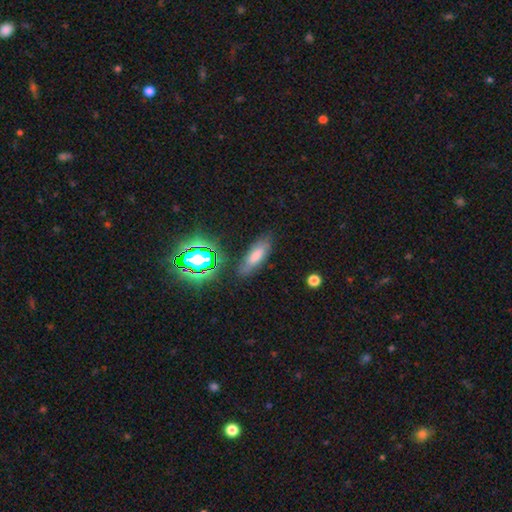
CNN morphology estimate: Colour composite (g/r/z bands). It shows a smooth galaxy with no disk features (58%) that is in between round and cigar-shaped (56%). Merging: none (78%).